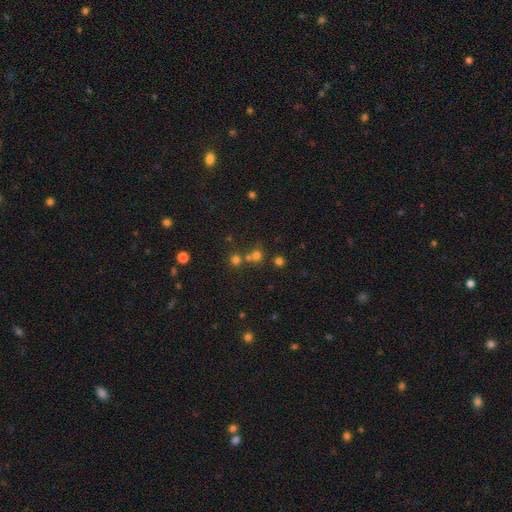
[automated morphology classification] type=smooth (63%); roundness=round (90%); merging=none (58%).